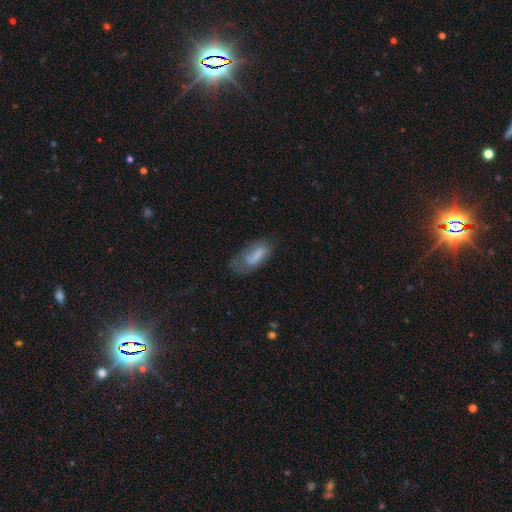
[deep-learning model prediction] Smooth or featured? smooth (56%)
How rounded? in between (86%)
Merging? none (38%)